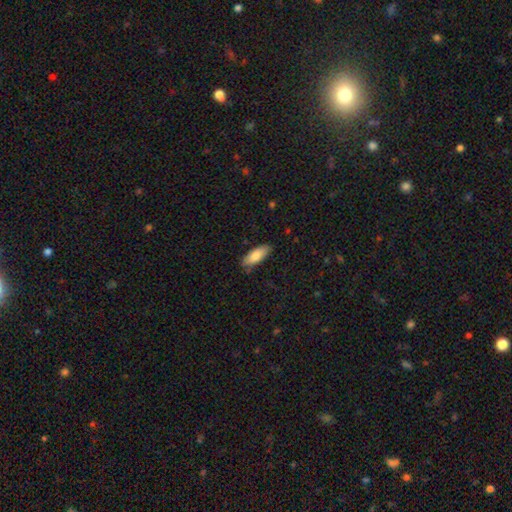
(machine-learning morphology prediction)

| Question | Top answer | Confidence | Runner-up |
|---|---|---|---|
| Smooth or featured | smooth | 82% | featured or disk (12%) |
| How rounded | in between | 72% | cigar-shaped (26%) |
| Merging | none | 83% | minor disturbance (13%) |